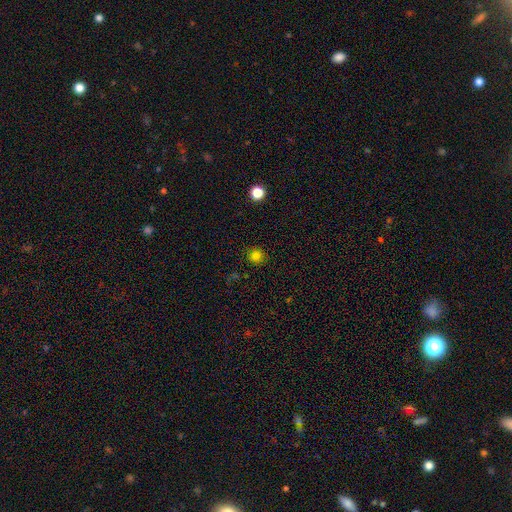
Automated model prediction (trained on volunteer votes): Overall: smooth (79%). How rounded: round (92%). Merging: none (89%).